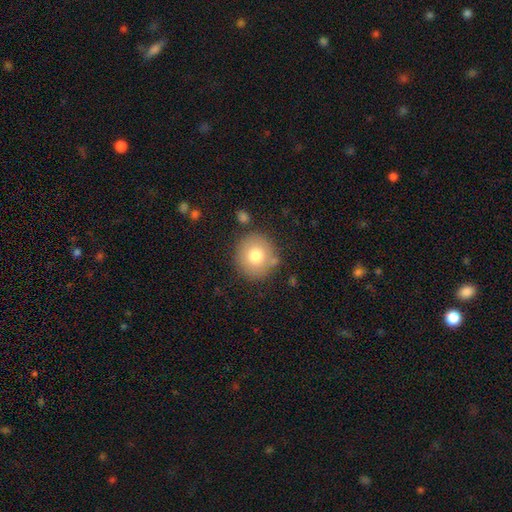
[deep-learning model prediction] A smooth galaxy with no disk features (75%) that is round (93%). Merging: none (82%).